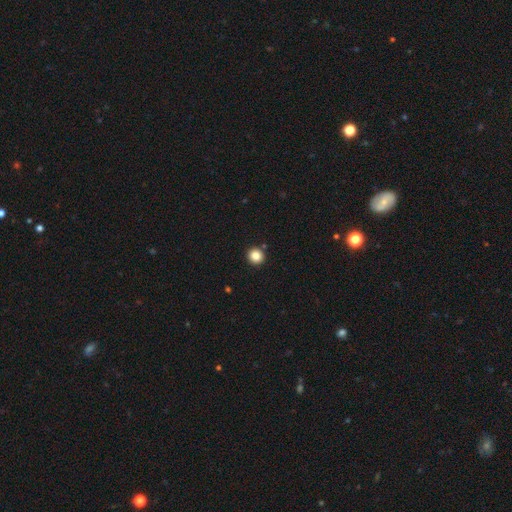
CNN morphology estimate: This appears to be a smooth galaxy with no disk features (85%) that is round (94%). Merging: none (91%).